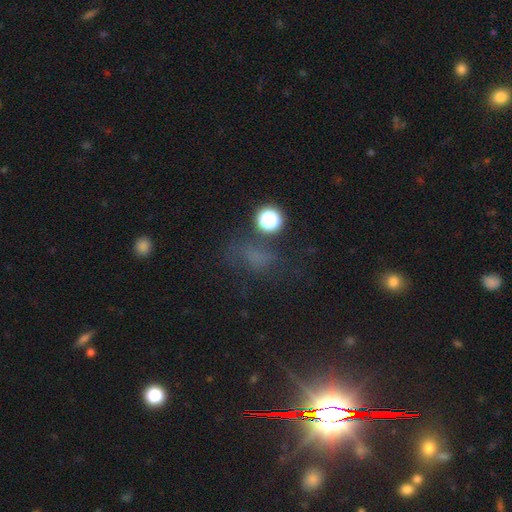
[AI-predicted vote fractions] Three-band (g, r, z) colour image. It shows a smooth galaxy with no disk features (45%). Merging: none (53%).